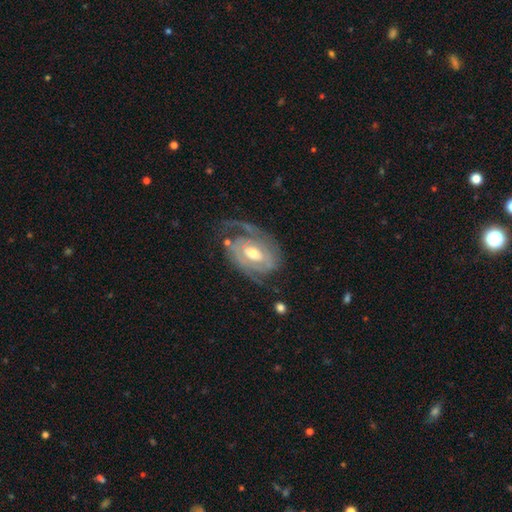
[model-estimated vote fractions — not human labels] A featured or disk galaxy (85%) with a weak bar (45%), 2 (62%) tight (48%) spiral arms (93%) and a moderate central bulge (70%). Merging: none (61%).